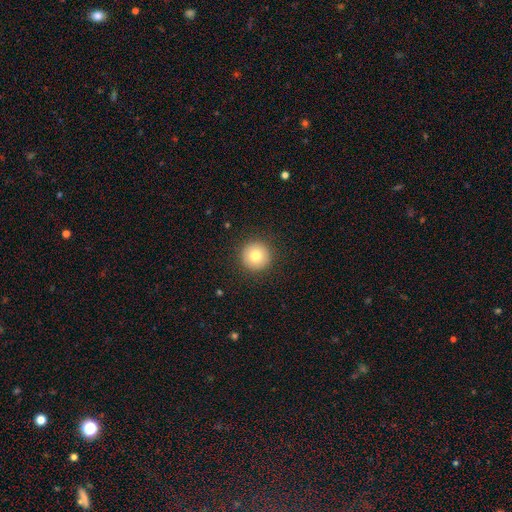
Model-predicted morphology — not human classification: Smooth or featured? smooth (80%)
How rounded? round (96%)
Merging? none (92%)